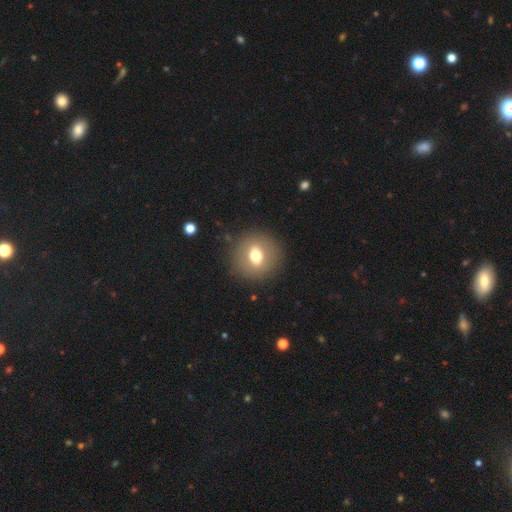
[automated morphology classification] smooth-or-featured: smooth: 64% | featured or disk: 25% | star or artifact: 10%
  how-rounded: round: 80% | in between: 18% | cigar-shaped: 1%
  merging: none: 88% | minor disturbance: 7% | major disturbance: 3% | merger: 1%